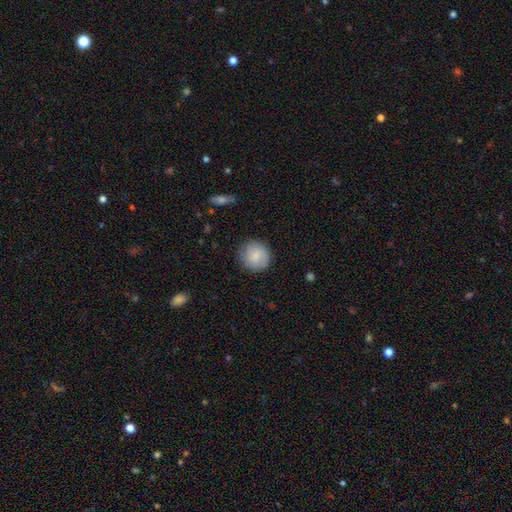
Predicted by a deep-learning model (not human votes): The model was most divided on "smooth or featured": smooth: 83%, featured or disk: 10%, star or artifact: 7%. More confident: how rounded — round (92%); merging — none (85%).